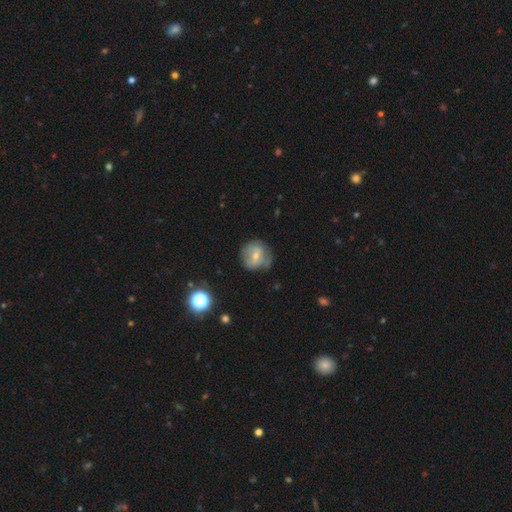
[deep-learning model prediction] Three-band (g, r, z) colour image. It shows a smooth galaxy with no disk features (48%). Merging: none (62%).